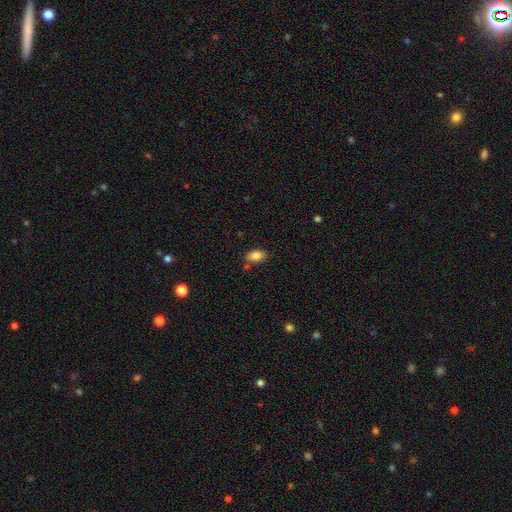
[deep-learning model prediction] Q: Smooth or featured?
A: smooth (85%); runner-up: star or artifact (8%)
Q: How rounded?
A: in between (89%); runner-up: round (9%)
Q: Merging?
A: none (77%); runner-up: minor disturbance (14%)